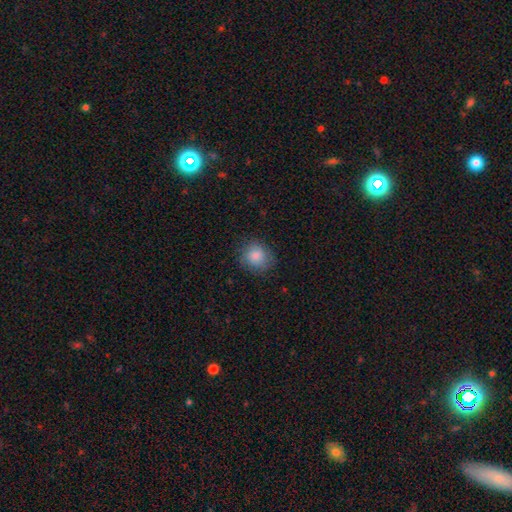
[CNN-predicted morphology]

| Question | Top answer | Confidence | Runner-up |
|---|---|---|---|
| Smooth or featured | smooth | 82% | featured or disk (10%) |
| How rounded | round | 78% | in between (21%) |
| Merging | none | 80% | minor disturbance (15%) |